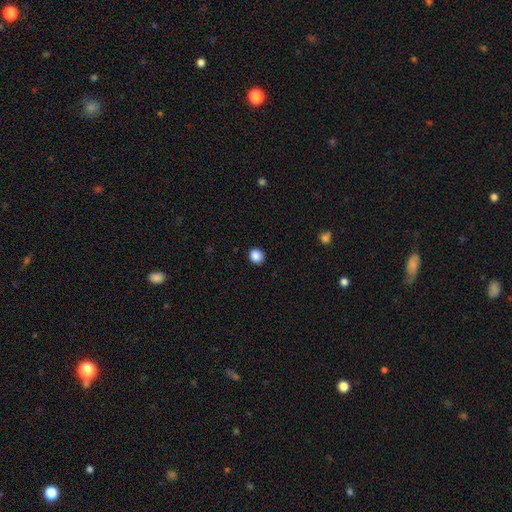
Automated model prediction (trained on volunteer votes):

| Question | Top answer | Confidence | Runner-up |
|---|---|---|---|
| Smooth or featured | smooth | 88% | star or artifact (10%) |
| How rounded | round | 86% | in between (13%) |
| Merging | none | 92% | minor disturbance (5%) |